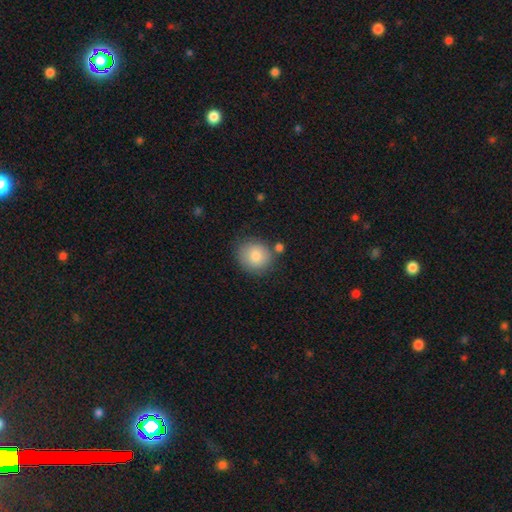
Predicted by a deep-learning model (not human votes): Overall: smooth (83%). How rounded: round (84%). Merging: none (75%).